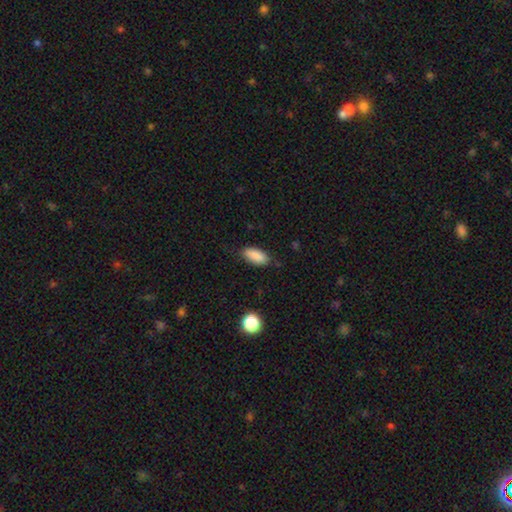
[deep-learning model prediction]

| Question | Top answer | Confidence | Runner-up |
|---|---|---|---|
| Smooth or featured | smooth | 88% | star or artifact (8%) |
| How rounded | in between | 83% | cigar-shaped (15%) |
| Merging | none | 78% | minor disturbance (17%) |